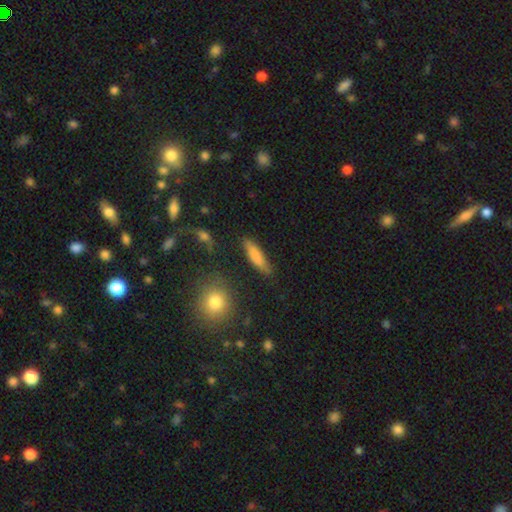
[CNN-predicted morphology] Q: Smooth or featured?
A: smooth (78%); runner-up: featured or disk (15%)
Q: How rounded?
A: cigar-shaped (69%); runner-up: in between (28%)
Q: Merging?
A: none (80%); runner-up: minor disturbance (13%)